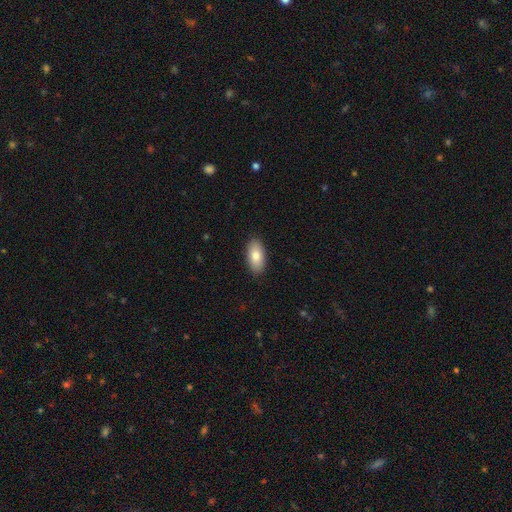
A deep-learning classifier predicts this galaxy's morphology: A smooth galaxy with no disk features (82%) that is in between round and cigar-shaped (92%).

Vote fractions:
- Smooth or featured? smooth: 82% / featured or disk: 11% / star or artifact: 6%
- How rounded? in between: 92% / cigar-shaped: 5% / round: 3%
- Merging? none: 90% / minor disturbance: 8% / major disturbance: 2% / merger: 1%